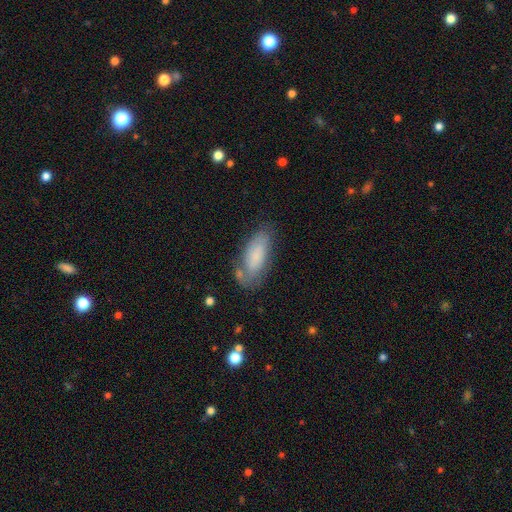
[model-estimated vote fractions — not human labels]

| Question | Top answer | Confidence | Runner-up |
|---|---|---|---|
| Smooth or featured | smooth | 71% | featured or disk (21%) |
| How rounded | in between | 81% | cigar-shaped (17%) |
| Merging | none | 65% | minor disturbance (22%) |